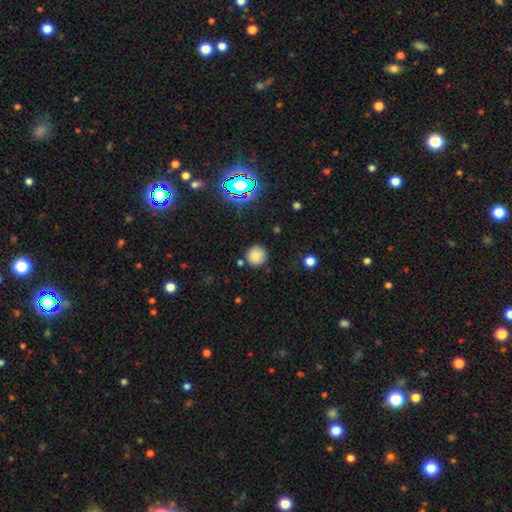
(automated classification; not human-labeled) Smooth or featured? Predicted: smooth (p=0.80). How rounded? Predicted: round (p=0.94). Merging? Predicted: none (p=0.84).